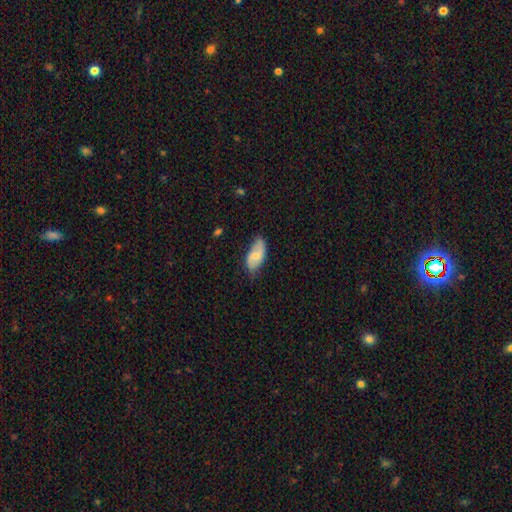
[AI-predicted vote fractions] A smooth galaxy with no disk features (55%) that is in between round and cigar-shaped (92%). Merging: none (62%).